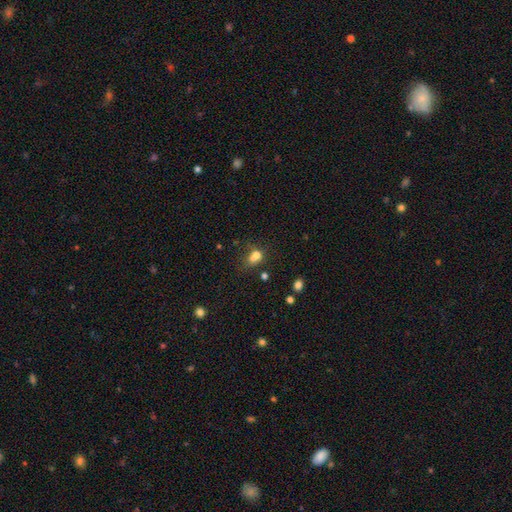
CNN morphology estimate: This appears to be a smooth galaxy with no disk features (70%) that is round (54%). Merging: merger (46%).